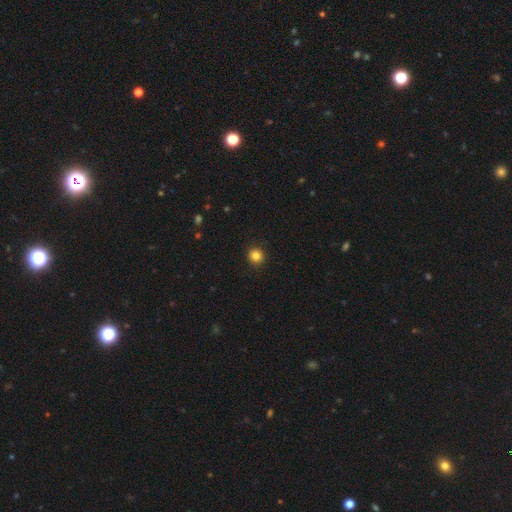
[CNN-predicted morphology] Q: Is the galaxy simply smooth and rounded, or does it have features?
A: smooth — 85%.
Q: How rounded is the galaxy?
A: round — 93%.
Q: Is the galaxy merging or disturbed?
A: none — 92%.